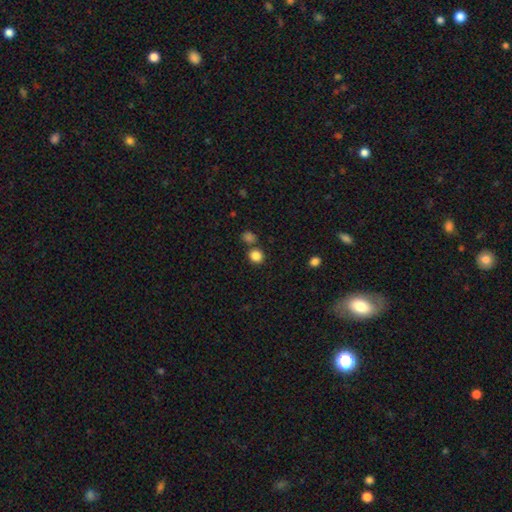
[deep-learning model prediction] smooth_or_featured: smooth (p=0.85) [alt: star or artifact p=0.11]
how_rounded: round (p=0.81) [alt: in between p=0.18]
merging: none (p=0.73) [alt: merger p=0.16]